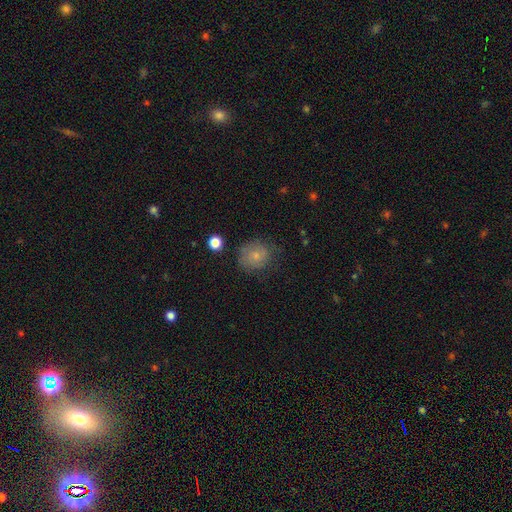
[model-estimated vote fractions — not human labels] smooth-or-featured: smooth: 64% | featured or disk: 26% | star or artifact: 10%
  how-rounded: round: 79% | in between: 20% | cigar-shaped: 1%
  merging: none: 68% | minor disturbance: 22% | major disturbance: 8% | merger: 2%